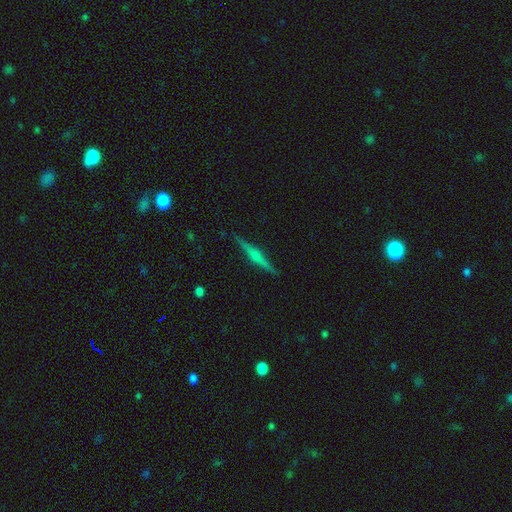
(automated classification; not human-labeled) The model was most divided on "smooth or featured": featured or disk: 75%, smooth: 18%, star or artifact: 7%. More confident: edge-on disk — yes (98%); merging — none (91%); edge-on bulge — rounded (80%).